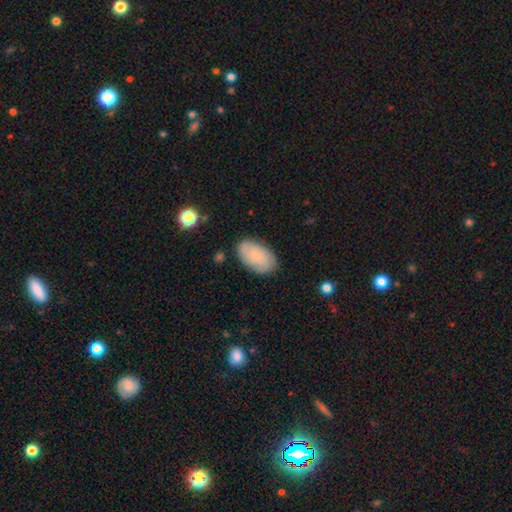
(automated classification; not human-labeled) Smooth or featured: smooth — 69% (featured or disk — 23%)
How rounded: in between — 94% (round — 5%)
Merging: none — 82% (minor disturbance — 13%)